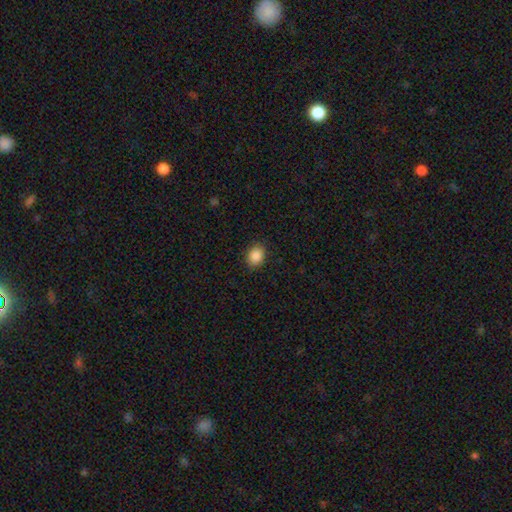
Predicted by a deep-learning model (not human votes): smooth 88%, star or artifact 9%, featured or disk 4%. Down the decision tree: how rounded — in between (56%); merging — none (88%).